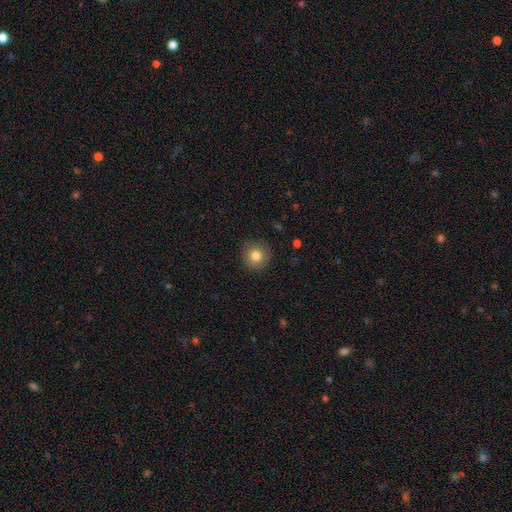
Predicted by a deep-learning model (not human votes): smooth 81%, star or artifact 10%, featured or disk 9%. Down the decision tree: how rounded — round (94%); merging — none (88%).